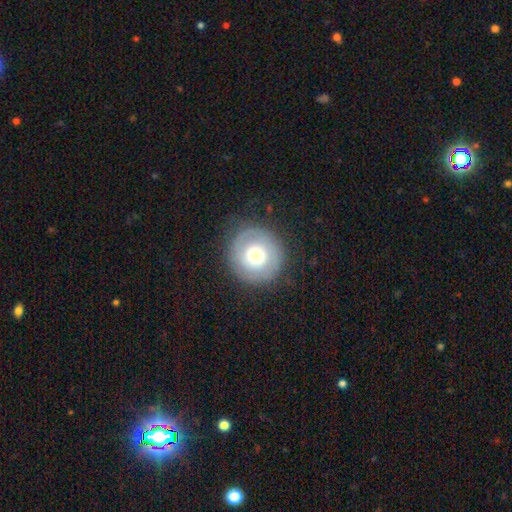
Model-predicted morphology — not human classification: Overall: smooth (50%; featured or disk 41%). How rounded: round (95%). Merging: none (85%).